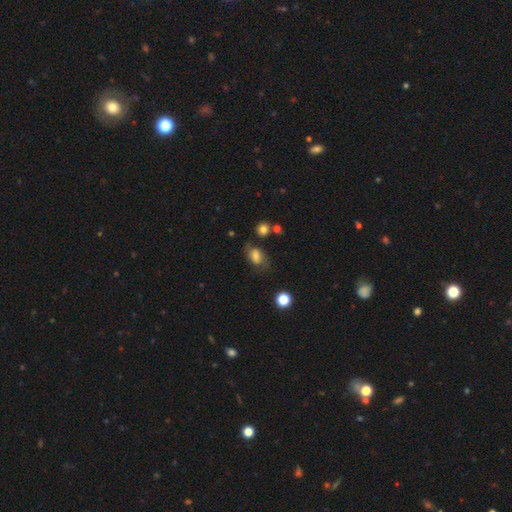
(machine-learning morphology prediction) type=smooth (63%); roundness=in between (78%); merging=none (56%).